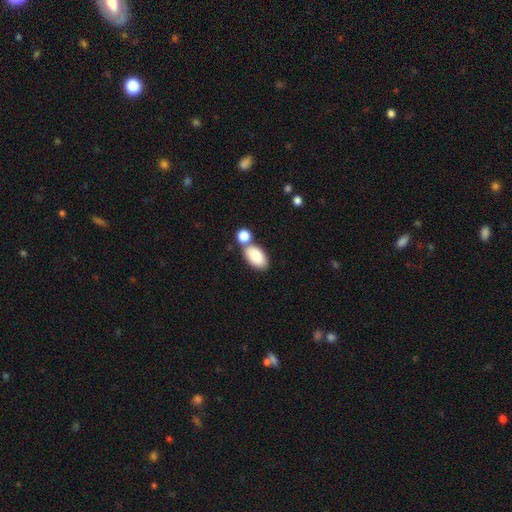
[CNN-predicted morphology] Overall: smooth (83%). How rounded: in between (93%). Merging: none (56%; merger 29%).